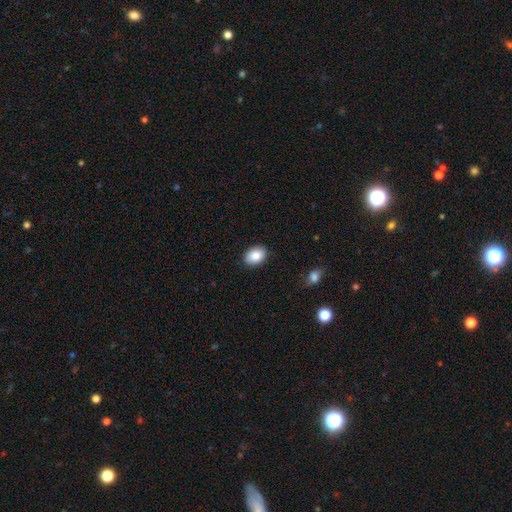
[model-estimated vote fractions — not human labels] This is clearly a smooth galaxy (86%). How rounded: clearly in between (80%). Merging: clearly none (89%).